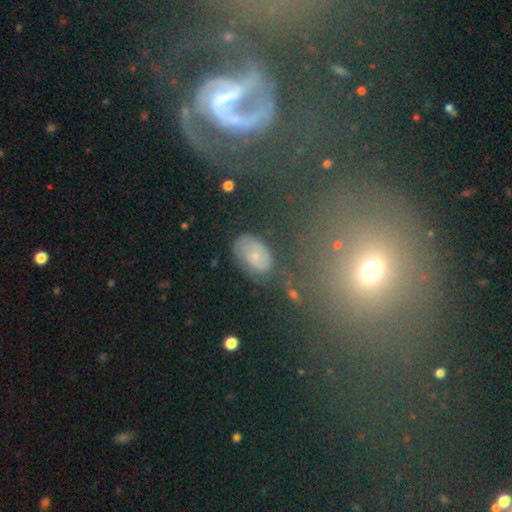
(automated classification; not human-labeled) Smooth or featured? Predicted: smooth (p=0.45). Merging? Predicted: none (p=0.70).